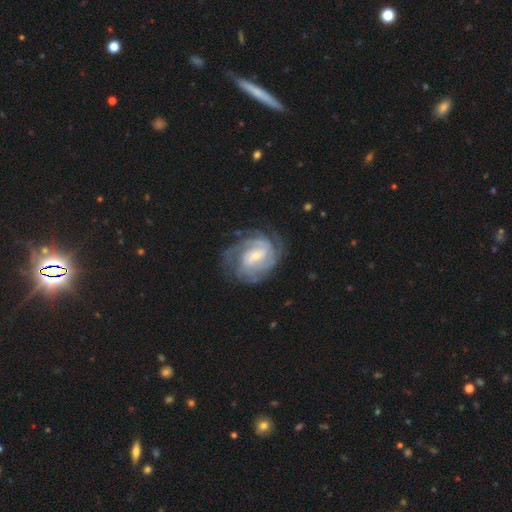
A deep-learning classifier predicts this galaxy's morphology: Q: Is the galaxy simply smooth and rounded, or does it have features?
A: featured or disk — 87%.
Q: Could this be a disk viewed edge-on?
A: no — 98%.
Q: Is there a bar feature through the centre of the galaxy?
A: weak — 52%.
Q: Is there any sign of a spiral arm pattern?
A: yes — 96%.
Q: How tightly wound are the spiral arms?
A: tight — 64%.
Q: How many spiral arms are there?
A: can't tell — 29%.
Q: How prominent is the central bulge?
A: small — 59%.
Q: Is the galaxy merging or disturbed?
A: none — 70%.